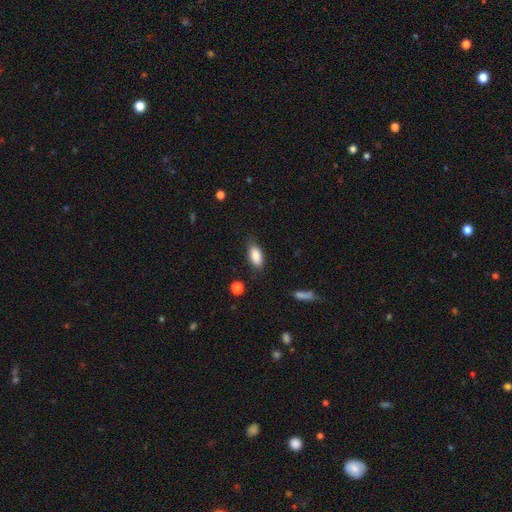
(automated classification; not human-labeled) Smooth or featured? smooth (87%)
How rounded? in between (89%)
Merging? none (79%)